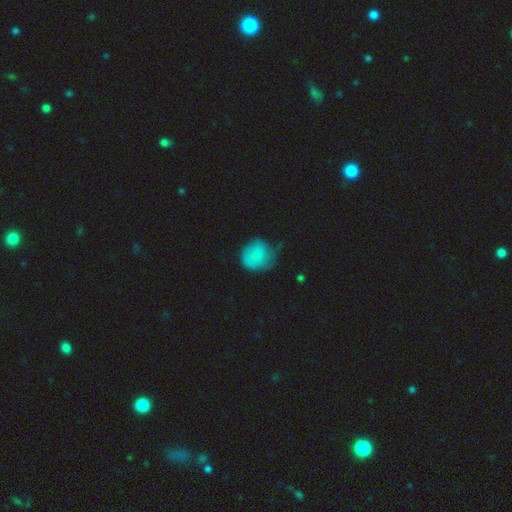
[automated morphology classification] Smooth or featured? Predicted: smooth (p=0.72). How rounded? Predicted: round (p=0.83). Merging? Predicted: none (p=0.44).